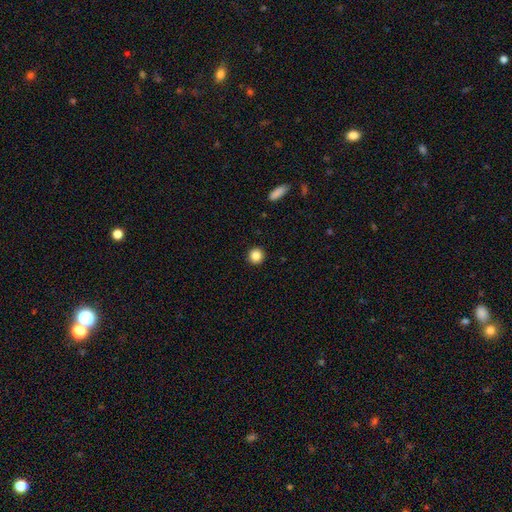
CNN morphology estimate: smooth-or-featured: smooth: 85% | star or artifact: 10% | featured or disk: 4%
  how-rounded: round: 94% | in between: 5% | cigar-shaped: 1%
  merging: none: 93% | minor disturbance: 5% | major disturbance: 2% | merger: 1%